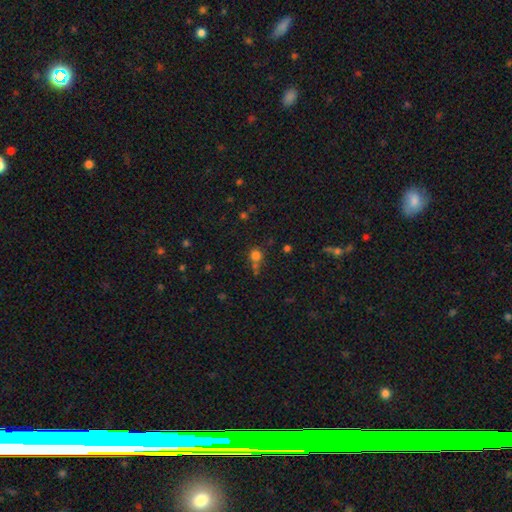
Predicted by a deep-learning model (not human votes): Smooth or featured? smooth (73%)
How rounded? round (87%)
Merging? none (55%)